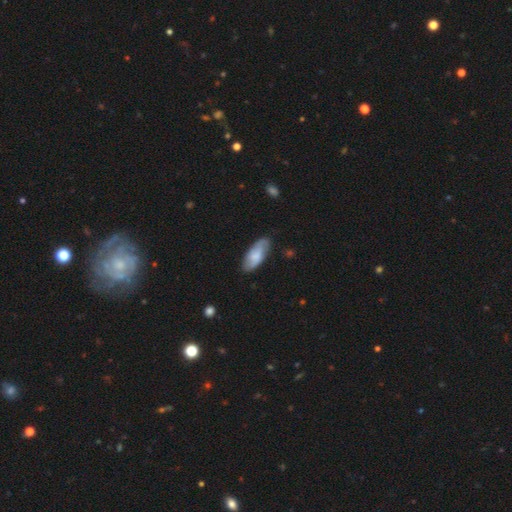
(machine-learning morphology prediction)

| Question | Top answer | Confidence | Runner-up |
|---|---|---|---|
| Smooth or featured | smooth | 56% | featured or disk (38%) |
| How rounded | in between | 82% | cigar-shaped (16%) |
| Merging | none | 77% | minor disturbance (18%) |